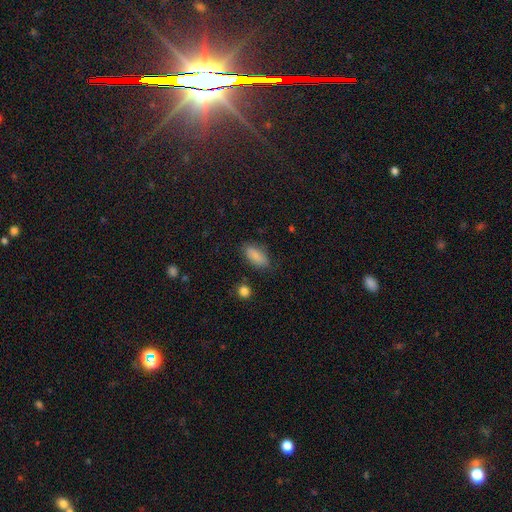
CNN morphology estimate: Smooth or featured?
  - smooth: 86% *
  - star or artifact: 8%
  - featured or disk: 7%
How rounded?
  - in between: 85% *
  - cigar-shaped: 11%
  - round: 3%
Merging?
  - none: 78% *
  - minor disturbance: 16%
  - major disturbance: 4%
  - merger: 2%